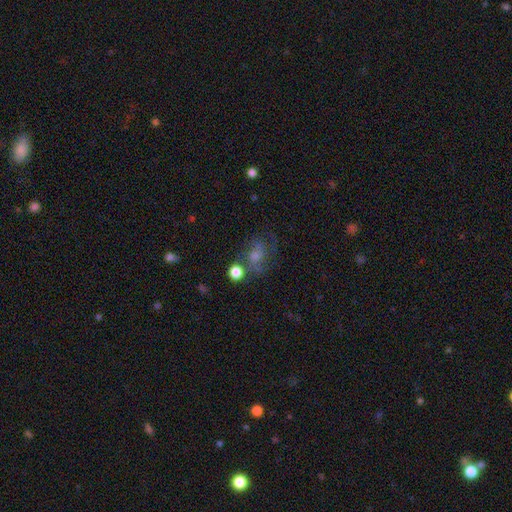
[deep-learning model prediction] Smooth or featured? featured or disk (40%)
Merging? none (58%)